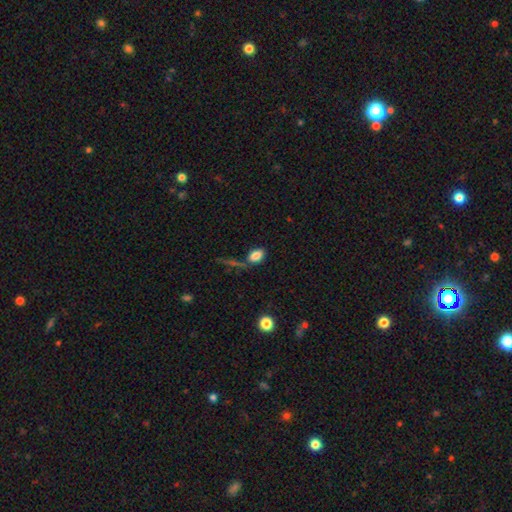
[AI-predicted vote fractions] Overall: smooth (83%). How rounded: in between (87%). Merging: none (62%).